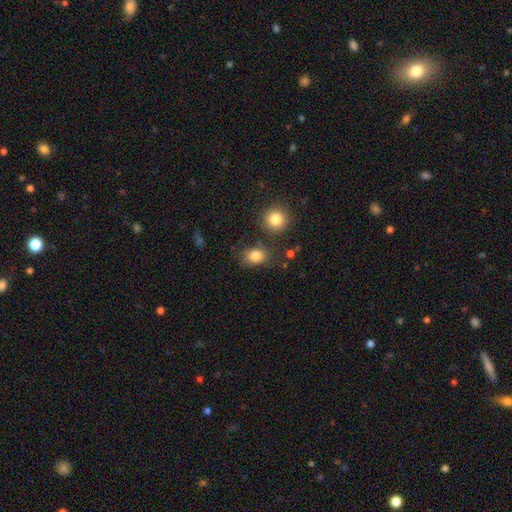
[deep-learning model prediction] A smooth galaxy with no disk features (83%) that is in between round and cigar-shaped (60%). Merging: none (74%).